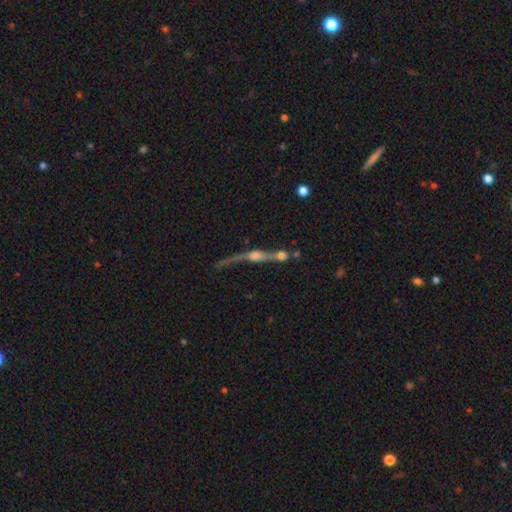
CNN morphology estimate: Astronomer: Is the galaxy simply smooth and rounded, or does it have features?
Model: featured or disk — 74%.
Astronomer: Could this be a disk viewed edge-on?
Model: yes — 78%.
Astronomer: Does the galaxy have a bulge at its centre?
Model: rounded — 87%.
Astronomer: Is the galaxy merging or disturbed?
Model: none — 40% (runner-up: merger, 33%).